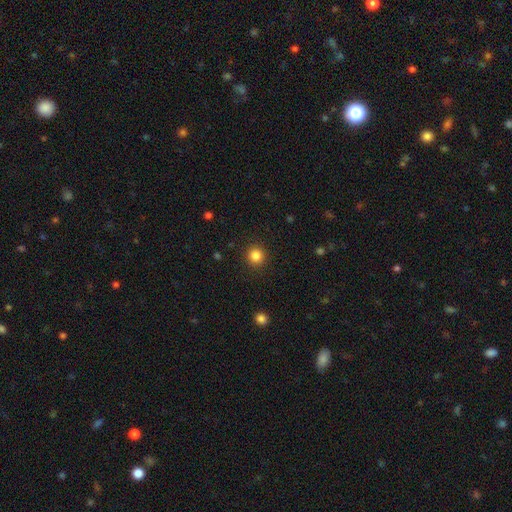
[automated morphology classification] A smooth galaxy with no disk features (84%) that is round (94%). Merging: none (92%).